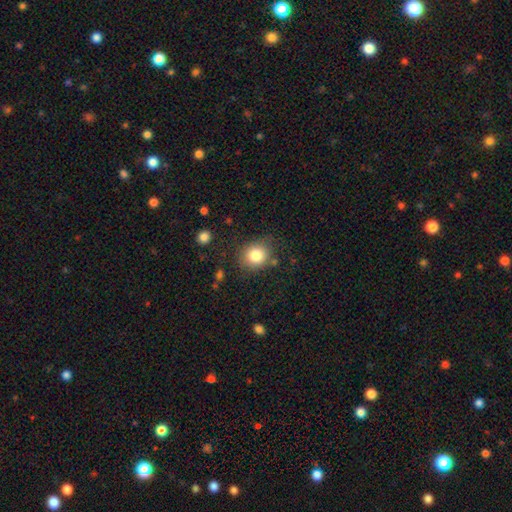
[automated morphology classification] smooth_or_featured: smooth (p=0.82) [alt: star or artifact p=0.10]
how_rounded: round (p=0.75) [alt: in between p=0.24]
merging: none (p=0.77) [alt: minor disturbance p=0.15]